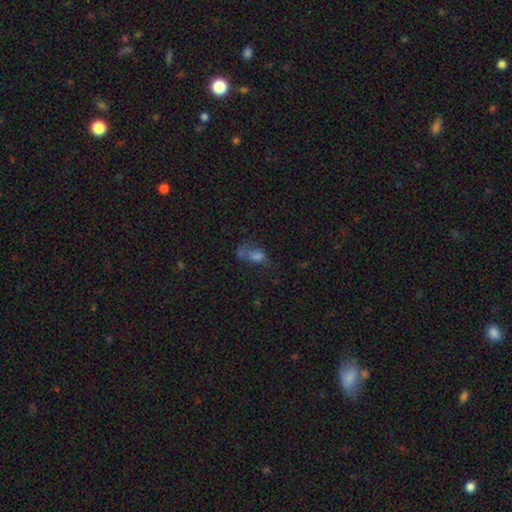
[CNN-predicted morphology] A smooth galaxy with no disk features (55%) that is in between round and cigar-shaped (74%). Merging: merger (37%).